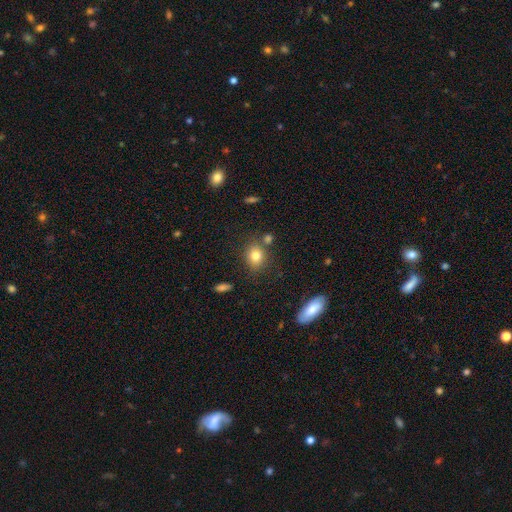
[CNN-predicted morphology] smooth 80%, star or artifact 11%, featured or disk 9%. Down the decision tree: how rounded — round (58%); merging — none (74%).